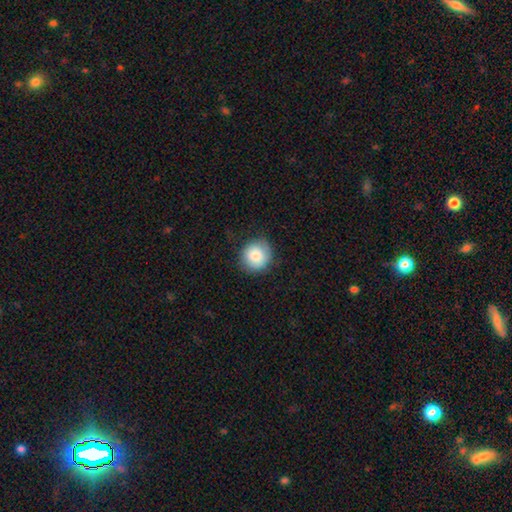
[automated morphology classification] Overall: smooth (84%). How rounded: round (90%). Merging: none (81%).